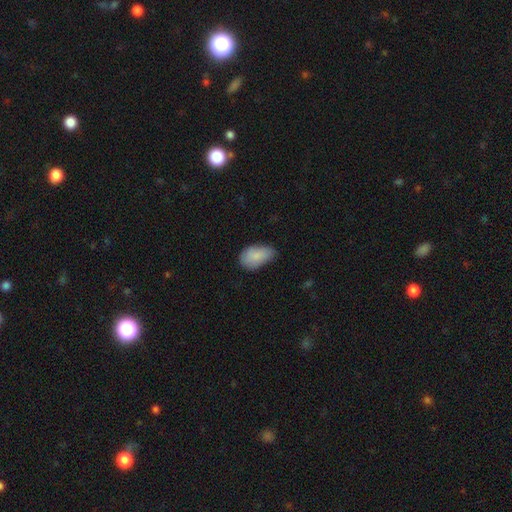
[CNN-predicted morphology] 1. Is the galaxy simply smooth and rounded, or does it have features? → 86% smooth, 7% featured or disk, 7% star or artifact.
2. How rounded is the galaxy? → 92% in between, 6% round, 2% cigar-shaped.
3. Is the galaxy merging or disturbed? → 54% none, 37% minor disturbance, 7% major disturbance, 2% merger.